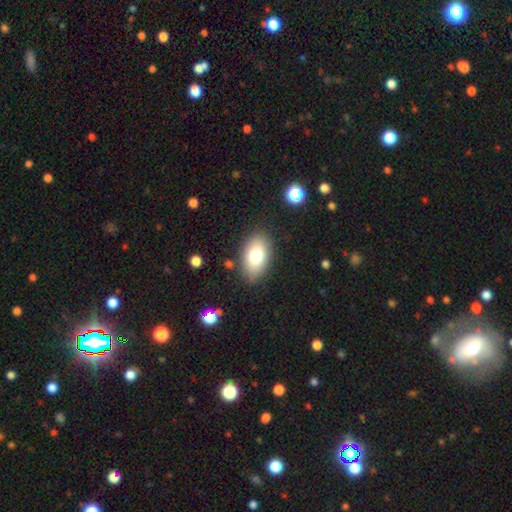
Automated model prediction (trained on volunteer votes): A smooth galaxy with no disk features (77%) that is in between round and cigar-shaped (90%).

Vote fractions:
- Smooth or featured? smooth: 77% / featured or disk: 15% / star or artifact: 9%
- How rounded? in between: 90% / round: 8% / cigar-shaped: 2%
- Merging? none: 83% / minor disturbance: 11% / major disturbance: 3% / merger: 2%